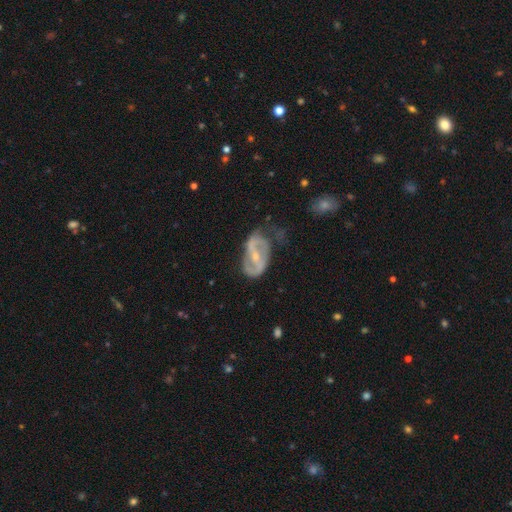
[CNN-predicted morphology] This appears to be a featured or disk galaxy (82%) with a strong bar (52%), 2 (81%) medium (42%) spiral arms (80%) and a small central bulge (58%). Merging: none (48%).